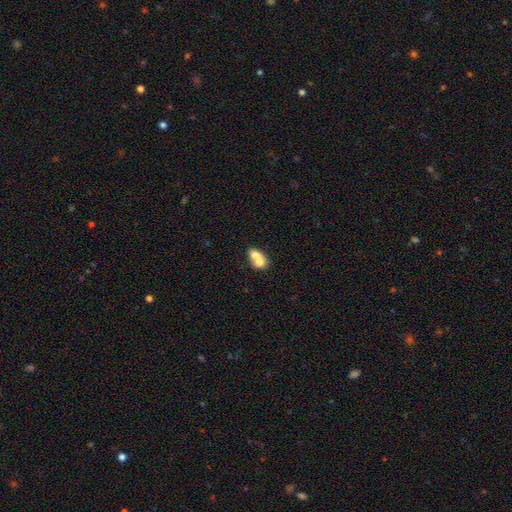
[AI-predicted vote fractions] smooth-or-featured: smooth: 67% | featured or disk: 25% | star or artifact: 8%
  how-rounded: in between: 61% | round: 37% | cigar-shaped: 1%
  merging: merger: 73% | none: 18% | minor disturbance: 6% | major disturbance: 3%